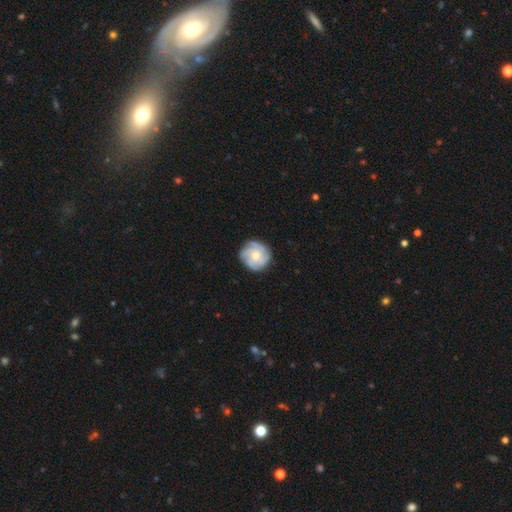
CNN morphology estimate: smooth-or-featured: featured or disk: 60% | smooth: 33% | star or artifact: 7%
  disk-edge-on: no: 97% | yes: 3%
    bar: no: 79% | weak: 19% | strong: 3%
    has-spiral-arms: yes: 89% | no: 11%
      spiral-winding: tight: 54% | medium: 33% | loose: 12%
      spiral-arm-count: 4: 30% | can't tell: 29% | 3: 22% | 2: 7% | more than 4: 7% | 1: 5%
    bulge-size: moderate: 60% | small: 30% | large: 7% | none: 2% | dominant: 1%
  merging: none: 81% | minor disturbance: 14% | major disturbance: 4% | merger: 1%